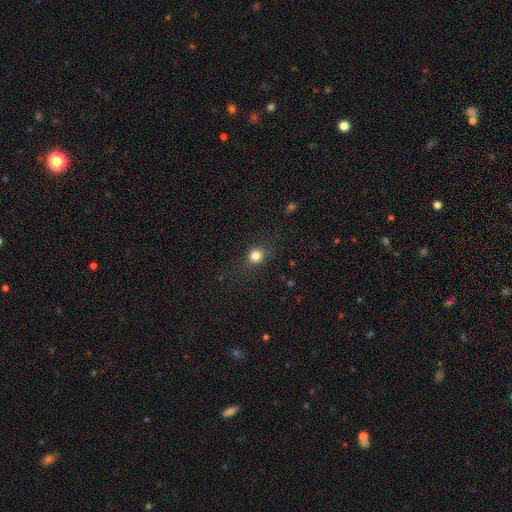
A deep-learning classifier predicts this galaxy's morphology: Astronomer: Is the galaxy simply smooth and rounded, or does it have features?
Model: smooth — 82%.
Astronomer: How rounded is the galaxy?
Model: round — 81%.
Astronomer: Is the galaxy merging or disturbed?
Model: none — 83%.